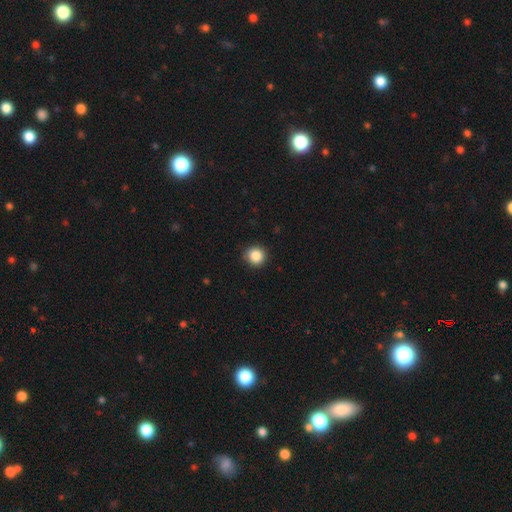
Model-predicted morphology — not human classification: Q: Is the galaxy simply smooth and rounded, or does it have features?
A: smooth — 86%.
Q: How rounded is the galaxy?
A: round — 93%.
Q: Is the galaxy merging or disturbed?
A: none — 89%.